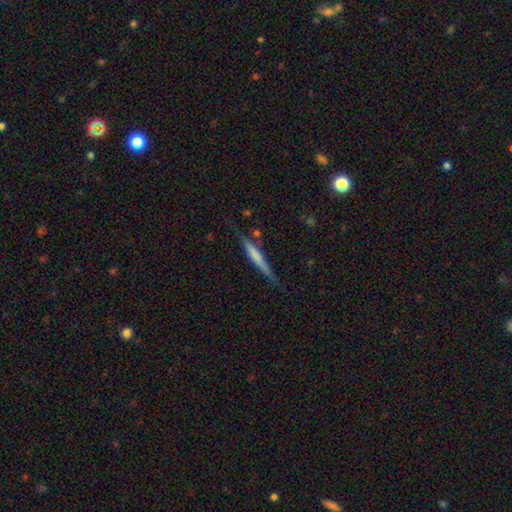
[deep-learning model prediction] A smooth galaxy with no disk features (47%, tied with featured or disk). Merging: none (79%).